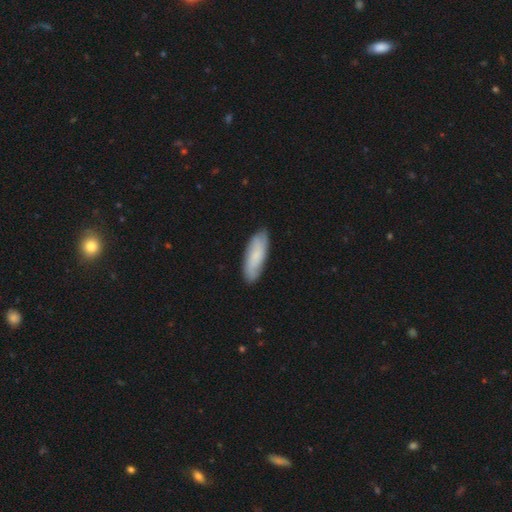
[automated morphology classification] Q: Smooth or featured?
A: smooth (63%); runner-up: featured or disk (31%)
Q: How rounded?
A: in between (55%); runner-up: cigar-shaped (44%)
Q: Merging?
A: none (84%); runner-up: minor disturbance (12%)